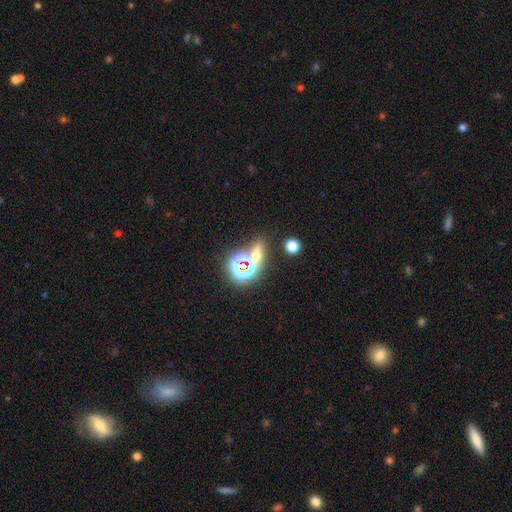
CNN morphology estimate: This appears to be a star or artifact, not a galaxy (48%).